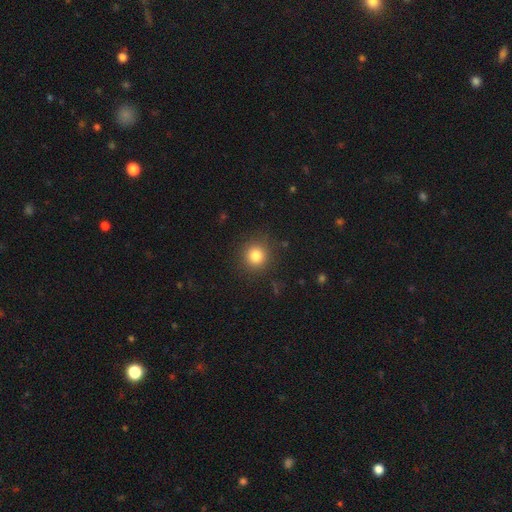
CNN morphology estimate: Smooth or featured?
  - smooth: 82% *
  - star or artifact: 12%
  - featured or disk: 6%
How rounded?
  - round: 92% *
  - in between: 7%
  - cigar-shaped: 1%
Merging?
  - none: 89% *
  - minor disturbance: 7%
  - major disturbance: 3%
  - merger: 1%